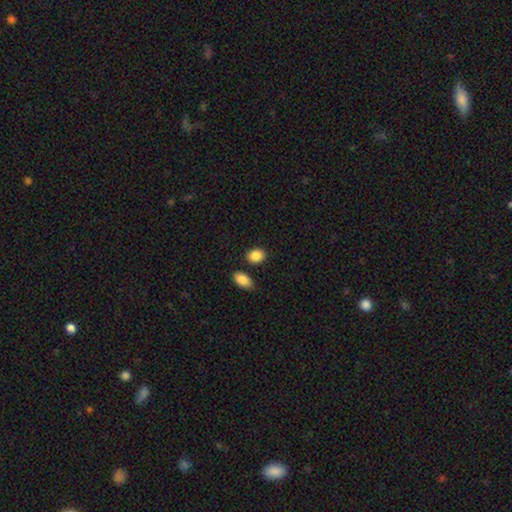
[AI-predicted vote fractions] Smooth or featured?
  - smooth: 88% *
  - star or artifact: 8%
  - featured or disk: 4%
How rounded?
  - in between: 60% *
  - round: 38%
  - cigar-shaped: 1%
Merging?
  - none: 79% *
  - minor disturbance: 10%
  - merger: 8%
  - major disturbance: 3%